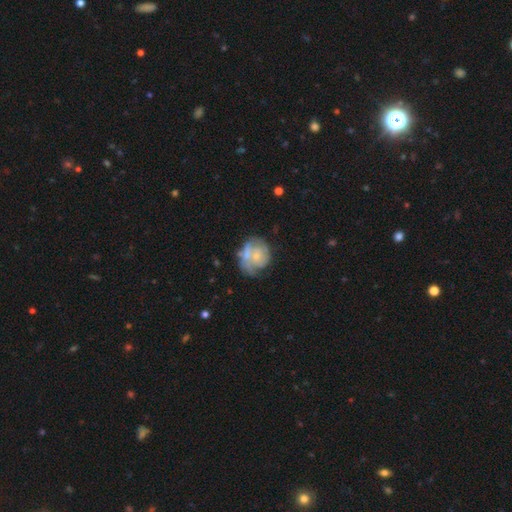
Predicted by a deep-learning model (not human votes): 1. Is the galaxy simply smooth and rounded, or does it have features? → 58% featured or disk, 34% smooth, 8% star or artifact.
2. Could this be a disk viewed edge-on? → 98% no, 2% yes.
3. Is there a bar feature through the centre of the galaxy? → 80% no, 17% weak, 3% strong.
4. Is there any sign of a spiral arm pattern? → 55% yes, 45% no.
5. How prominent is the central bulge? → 61% small, 24% moderate, 12% none, 2% large, 1% dominant.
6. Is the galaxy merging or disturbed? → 41% none, 25% minor disturbance, 18% major disturbance, 16% merger.